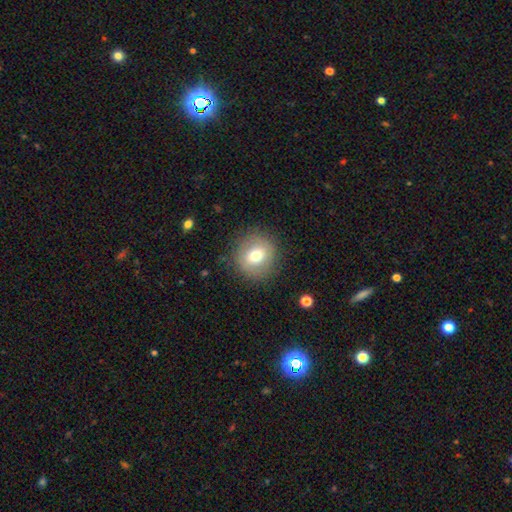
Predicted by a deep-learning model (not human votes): Morphology: type=smooth (68%); roundness=round (89%); merging=none (85%).